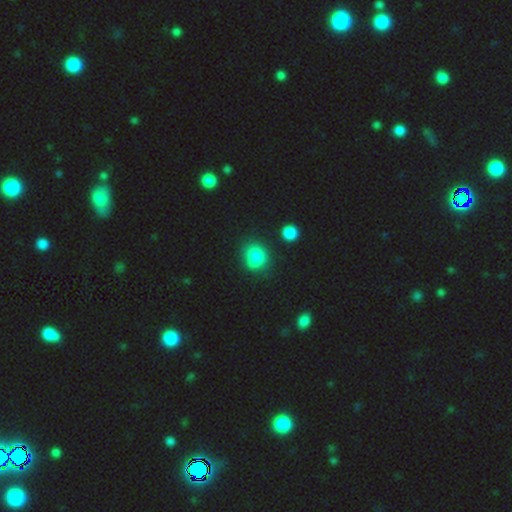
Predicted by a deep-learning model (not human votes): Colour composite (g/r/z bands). It shows a smooth galaxy with no disk features (78%) that is round (61%). Merging: none (56%).